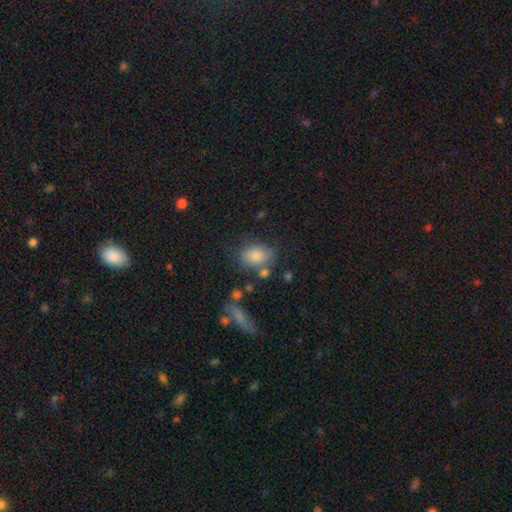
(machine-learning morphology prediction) Q: Smooth or featured?
A: smooth (82%); runner-up: featured or disk (9%)
Q: How rounded?
A: in between (81%); runner-up: round (17%)
Q: Merging?
A: none (66%); runner-up: minor disturbance (17%)